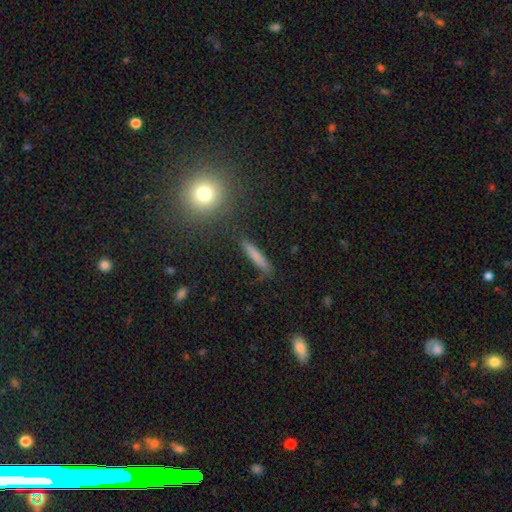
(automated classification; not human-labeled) Smooth or featured? smooth (73%)
How rounded? cigar-shaped (92%)
Merging? none (82%)